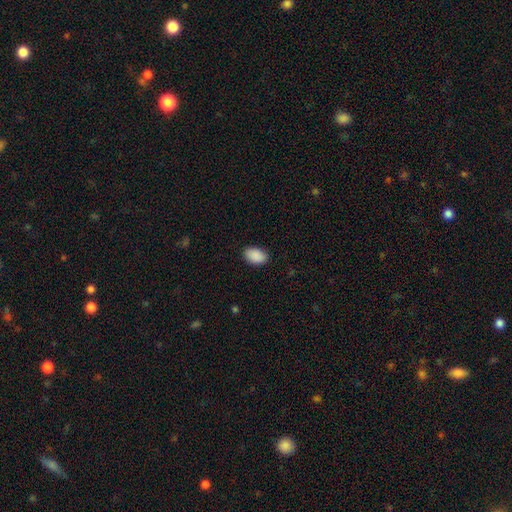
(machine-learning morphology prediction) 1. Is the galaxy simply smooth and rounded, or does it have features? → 91% smooth, 6% star or artifact, 3% featured or disk.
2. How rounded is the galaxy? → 91% in between, 8% round, 1% cigar-shaped.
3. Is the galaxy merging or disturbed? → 87% none, 10% minor disturbance, 2% major disturbance, 1% merger.